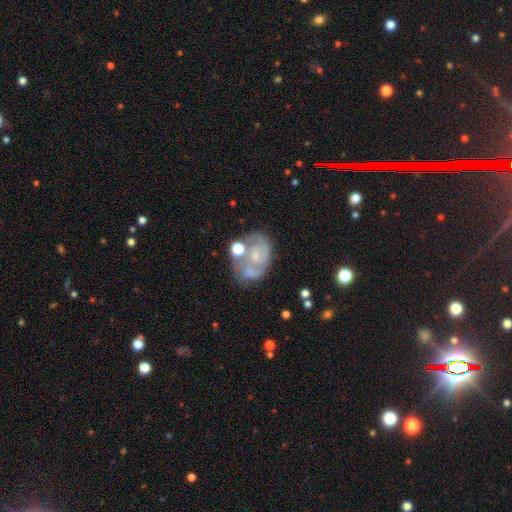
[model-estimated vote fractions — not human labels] Smooth or featured? Predicted: featured or disk (p=0.66). Edge-on disk? Predicted: no (p=0.97). Bar? Predicted: no (p=0.72). Spiral arms? Predicted: yes (p=0.66). Bulge size? Predicted: small (p=0.59). Merging? Predicted: none (p=0.41).